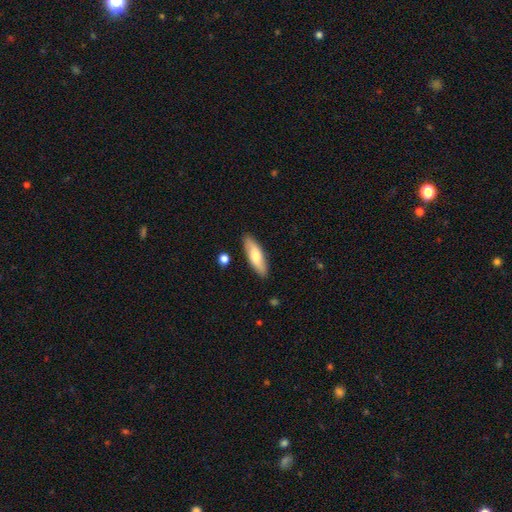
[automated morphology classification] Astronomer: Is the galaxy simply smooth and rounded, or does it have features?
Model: smooth — 68%.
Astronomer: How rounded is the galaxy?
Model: cigar-shaped — 49%, tied with in between at 49%.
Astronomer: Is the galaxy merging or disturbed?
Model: none — 87%.